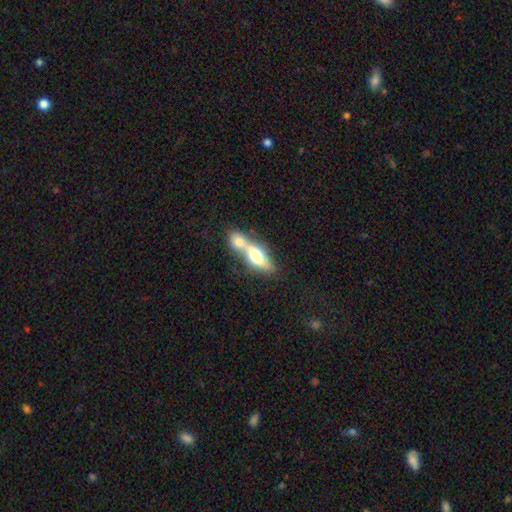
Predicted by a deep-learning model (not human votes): Overall: smooth (58%; featured or disk 36%). How rounded: in between (65%; cigar-shaped 26%). Merging: merger (72%).